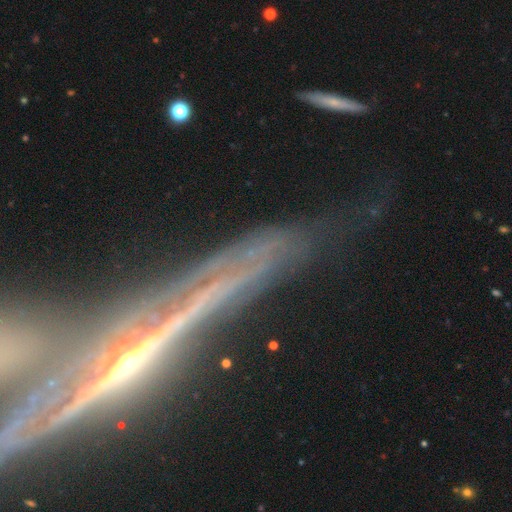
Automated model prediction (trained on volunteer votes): A featured or disk galaxy (62%) viewed edge-on (67%).

Vote fractions:
- Smooth or featured? featured or disk: 62% / star or artifact: 21% / smooth: 17%
- Edge-on disk? yes: 67% / no: 33%
- Merging? none: 67% / minor disturbance: 17% / major disturbance: 10% / merger: 6%